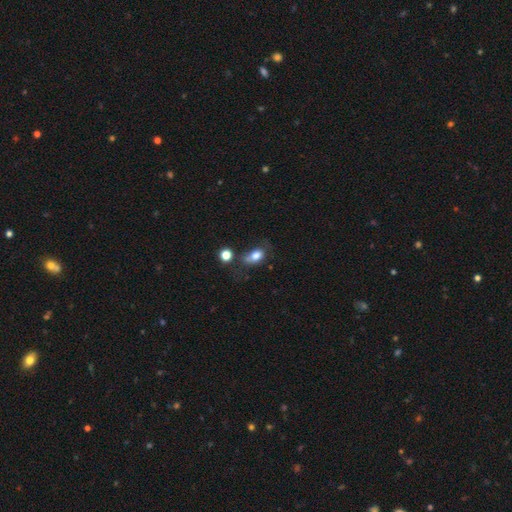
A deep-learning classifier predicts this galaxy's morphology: smooth 77%, featured or disk 12%, star or artifact 10%. Down the decision tree: how rounded — in between (74%); merging — none (41%).